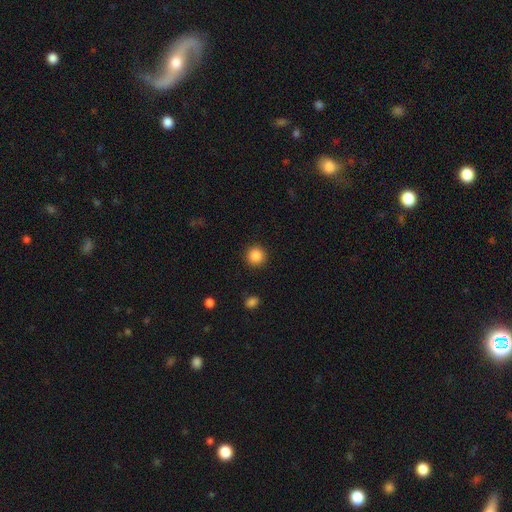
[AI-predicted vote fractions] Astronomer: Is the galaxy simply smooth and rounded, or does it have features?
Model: smooth — 87%.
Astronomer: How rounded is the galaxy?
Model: round — 94%.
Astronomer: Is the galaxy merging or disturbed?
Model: none — 91%.